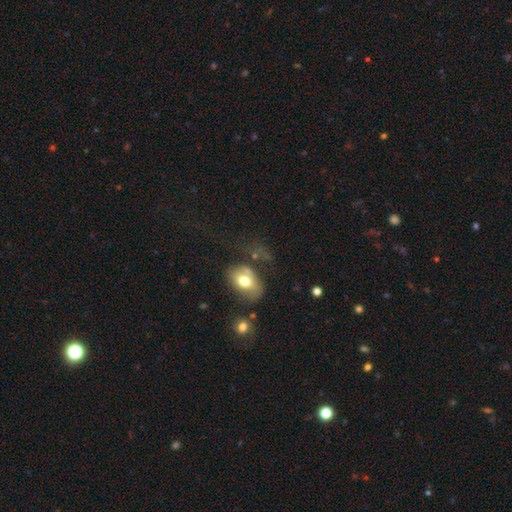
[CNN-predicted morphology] Smooth or featured? Predicted: smooth (p=0.60). How rounded? Predicted: in between (p=0.70). Merging? Predicted: none (p=0.44).